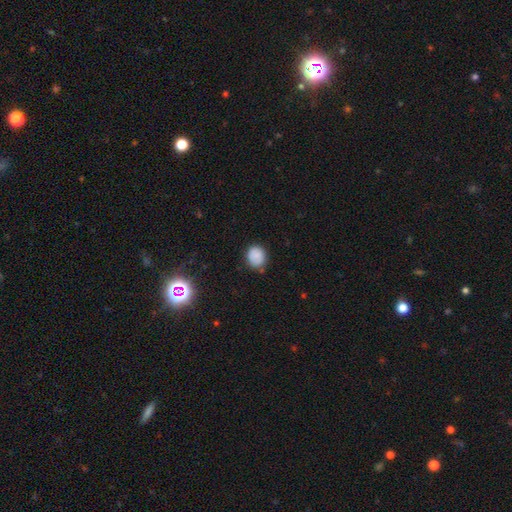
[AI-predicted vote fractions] This appears to be a smooth galaxy with no disk features (82%) that is round (74%). Merging: none (77%).